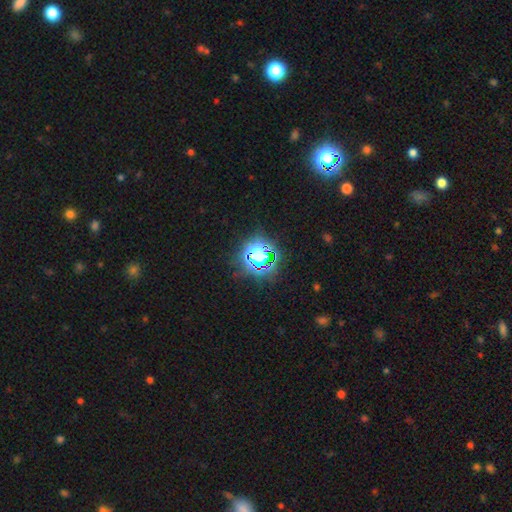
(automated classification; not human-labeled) Overall: star or artifact (72%).